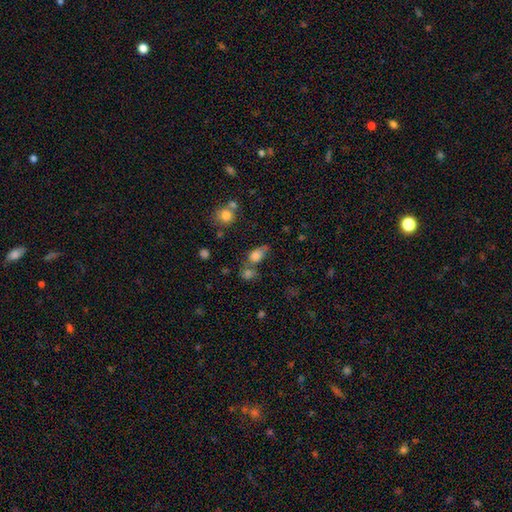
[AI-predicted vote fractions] This is likely a smooth galaxy (77%). How rounded: likely in between (72%). Merging: marginally none (40%).